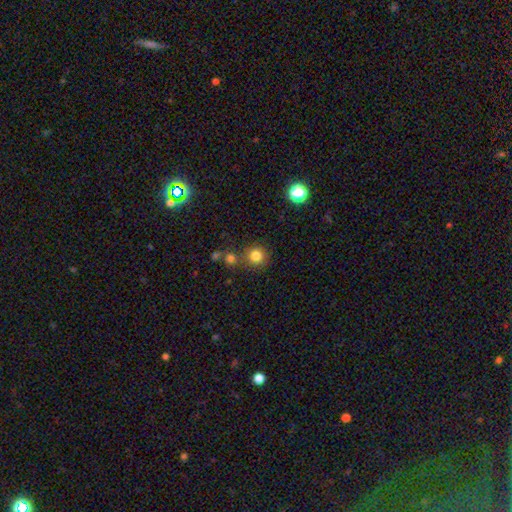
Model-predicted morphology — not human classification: Smooth or featured? smooth (81%)
How rounded? round (93%)
Merging? none (76%)